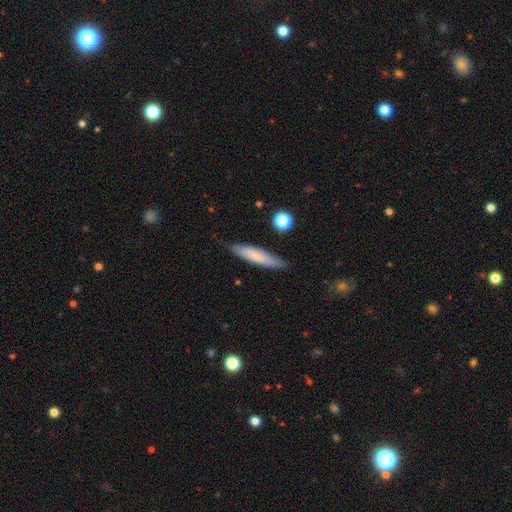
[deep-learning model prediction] The model was most divided on "smooth or featured": smooth: 68%, featured or disk: 26%, star or artifact: 6%. More confident: how rounded — cigar-shaped (84%); merging — none (81%).